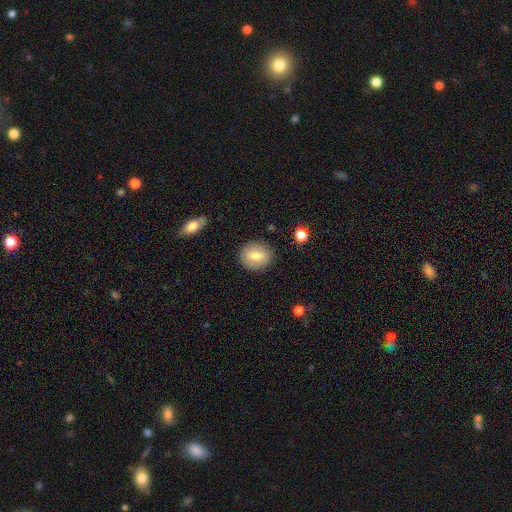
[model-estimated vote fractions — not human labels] smooth 74%, featured or disk 18%, star or artifact 8%. Down the decision tree: how rounded — round (73%); merging — none (87%).